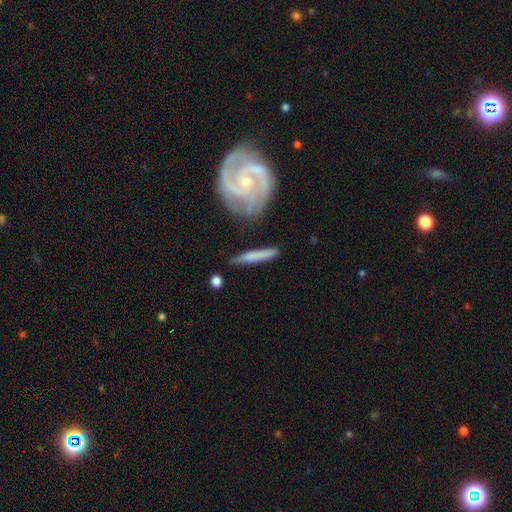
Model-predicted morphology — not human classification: Overall: smooth (52%; featured or disk 42%). How rounded: cigar-shaped (91%). Merging: none (78%).